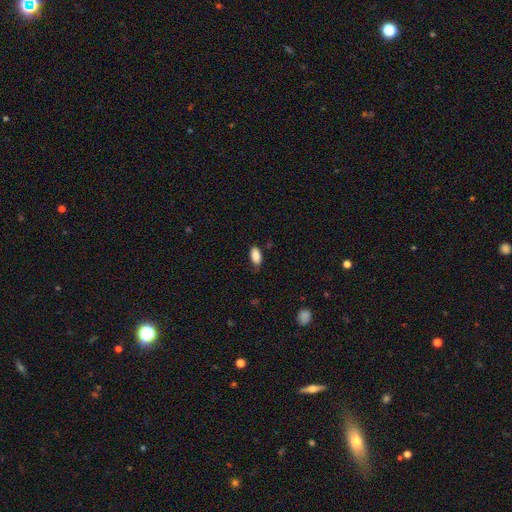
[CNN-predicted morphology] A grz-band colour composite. It shows a smooth galaxy with no disk features (88%) that is in between round and cigar-shaped (93%). Merging: none (67%).